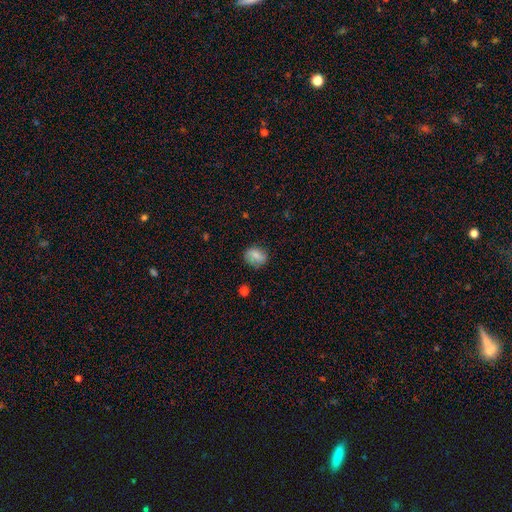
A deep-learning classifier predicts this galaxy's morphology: Smooth or featured?
  - smooth: 80% *
  - featured or disk: 11%
  - star or artifact: 9%
How rounded?
  - in between: 52% *
  - round: 47%
  - cigar-shaped: 2%
Merging?
  - none: 72% *
  - minor disturbance: 21%
  - major disturbance: 5%
  - merger: 2%